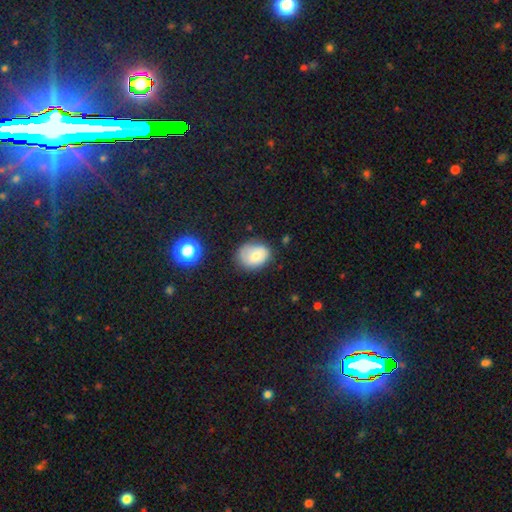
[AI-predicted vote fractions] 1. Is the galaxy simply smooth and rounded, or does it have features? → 67% smooth, 23% featured or disk, 10% star or artifact.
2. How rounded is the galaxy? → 56% in between, 43% round, 1% cigar-shaped.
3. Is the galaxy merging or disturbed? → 66% none, 25% minor disturbance, 7% major disturbance, 2% merger.